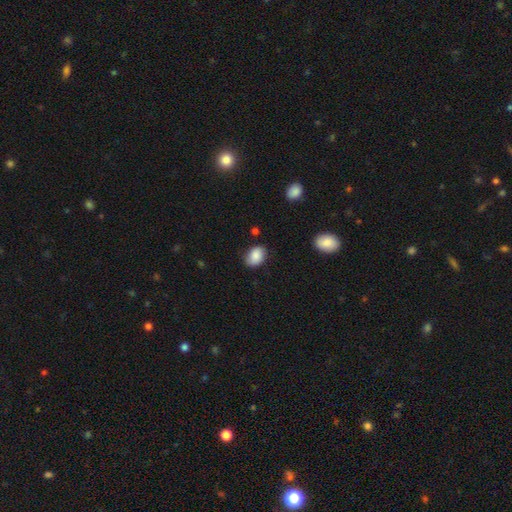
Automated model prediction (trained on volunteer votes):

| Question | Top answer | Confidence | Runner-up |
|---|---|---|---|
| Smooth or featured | smooth | 85% | featured or disk (8%) |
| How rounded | in between | 79% | round (20%) |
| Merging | none | 77% | minor disturbance (18%) |